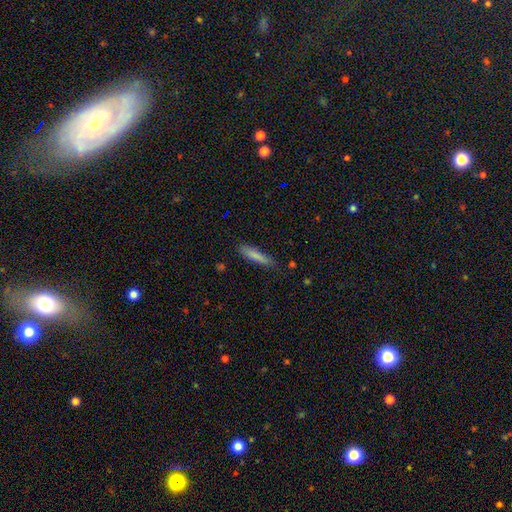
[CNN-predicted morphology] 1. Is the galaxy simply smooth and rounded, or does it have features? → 81% smooth, 12% featured or disk, 7% star or artifact.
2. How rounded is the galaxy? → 85% cigar-shaped, 14% in between, 1% round.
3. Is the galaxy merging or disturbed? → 76% none, 19% minor disturbance, 3% major disturbance, 2% merger.